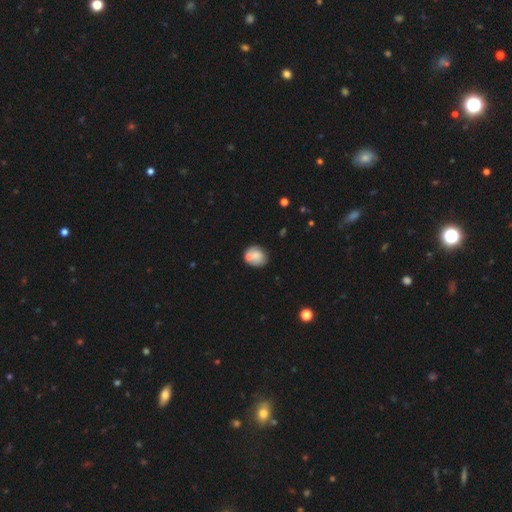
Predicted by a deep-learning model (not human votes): smooth-or-featured: smooth: 67% | featured or disk: 25% | star or artifact: 8%
  how-rounded: round: 68% | in between: 31% | cigar-shaped: 1%
  merging: none: 54% | merger: 23% | minor disturbance: 18% | major disturbance: 6%